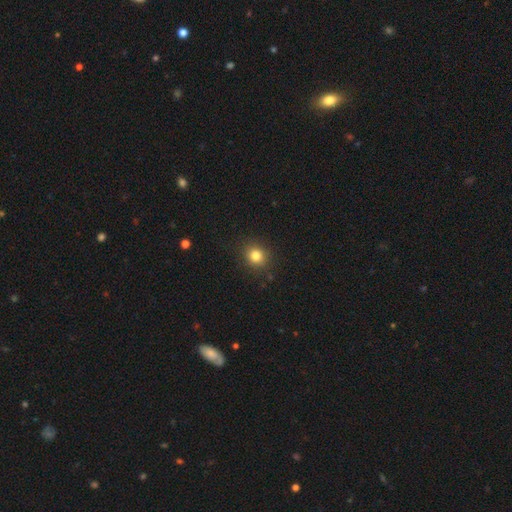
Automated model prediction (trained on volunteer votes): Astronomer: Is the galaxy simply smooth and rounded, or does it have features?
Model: smooth — 81%.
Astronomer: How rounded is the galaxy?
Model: round — 80%.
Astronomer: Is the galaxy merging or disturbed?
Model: none — 89%.